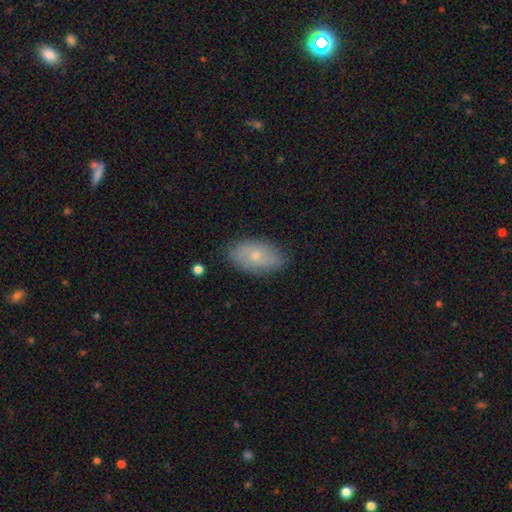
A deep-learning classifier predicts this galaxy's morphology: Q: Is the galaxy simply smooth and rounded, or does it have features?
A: smooth — 58%.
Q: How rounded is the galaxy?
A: in between — 92%.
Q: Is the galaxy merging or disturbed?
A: none — 81%.